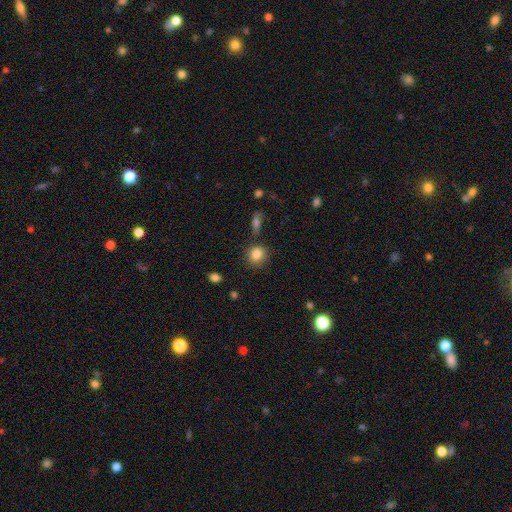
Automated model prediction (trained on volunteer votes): A smooth galaxy with no disk features (85%) that is round (82%). Merging: none (80%).